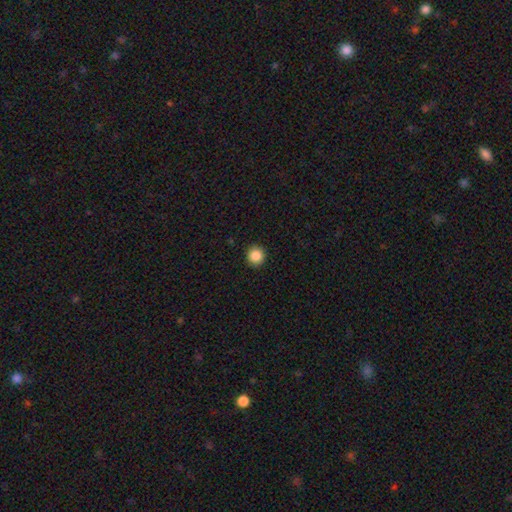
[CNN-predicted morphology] Smooth or featured: smooth — 87% (star or artifact — 10%)
How rounded: round — 93% (in between — 6%)
Merging: none — 93% (minor disturbance — 5%)